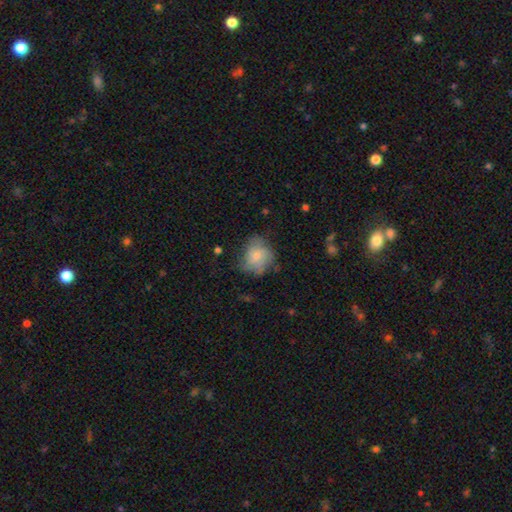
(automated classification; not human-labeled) Smooth or featured?
  - smooth: 56% *
  - featured or disk: 35%
  - star or artifact: 9%
How rounded?
  - round: 68% *
  - in between: 31%
  - cigar-shaped: 1%
Merging?
  - none: 57% *
  - minor disturbance: 28%
  - major disturbance: 14%
  - merger: 2%